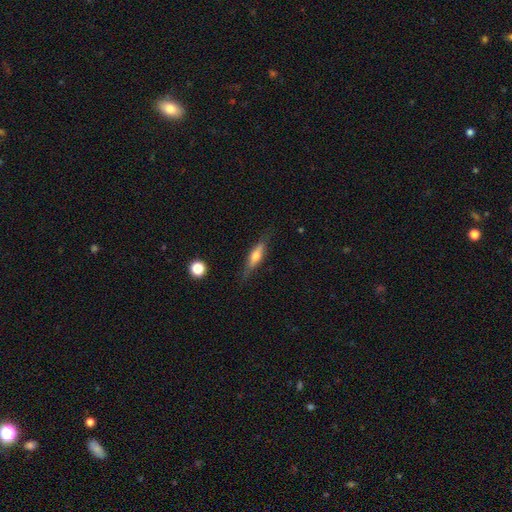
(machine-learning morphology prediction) The model was most divided on "smooth or featured": smooth: 48%, featured or disk: 45%, star or artifact: 7%. More confident: merging — none (79%).